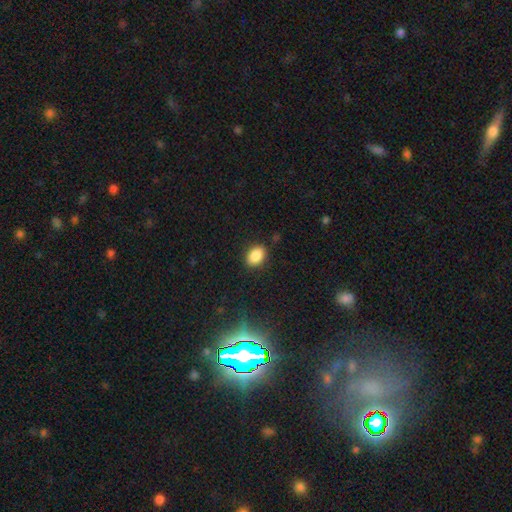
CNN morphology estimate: The model was most divided on "how rounded": in between: 81%, round: 18%, cigar-shaped: 1%. More confident: merging — none (87%); smooth or featured — smooth (87%).